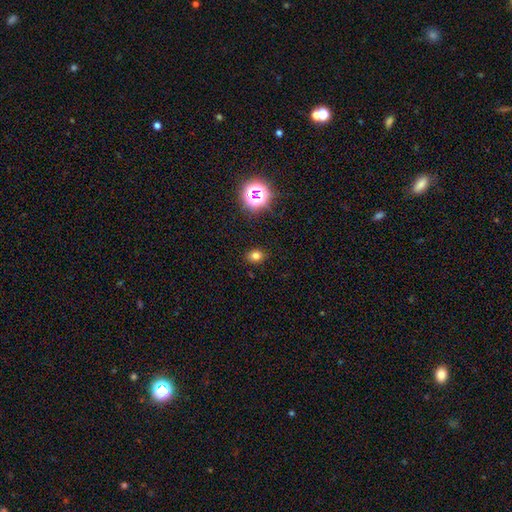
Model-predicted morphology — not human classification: Q: Smooth or featured?
A: smooth (75%); runner-up: star or artifact (19%)
Q: How rounded?
A: round (53%); runner-up: in between (46%)
Q: Merging?
A: none (87%); runner-up: minor disturbance (9%)